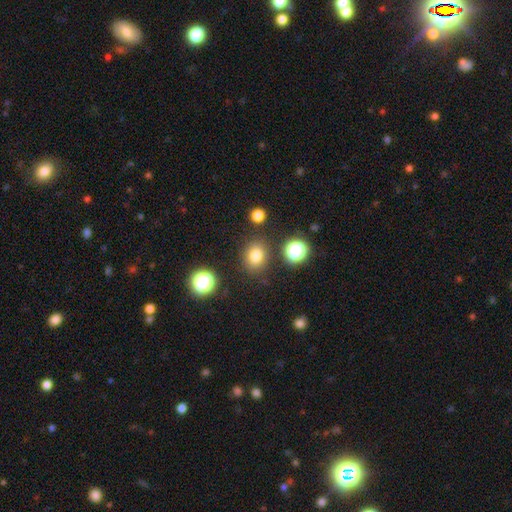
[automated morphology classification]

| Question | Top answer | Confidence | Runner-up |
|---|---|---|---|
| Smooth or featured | smooth | 78% | star or artifact (15%) |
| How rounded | round | 63% | in between (36%) |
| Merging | none | 83% | minor disturbance (10%) |